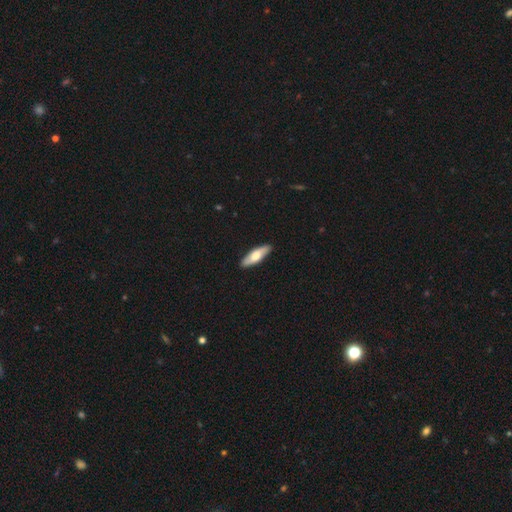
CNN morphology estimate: This is possibly a smooth galaxy (58%). How rounded: possibly cigar-shaped (51%). Merging: clearly none (90%).